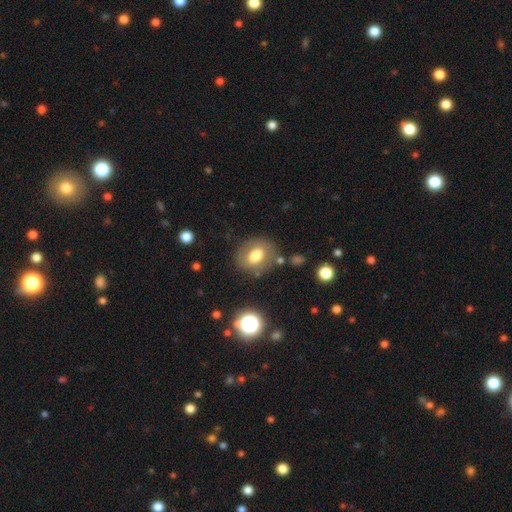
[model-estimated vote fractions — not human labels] This appears to be a smooth galaxy with no disk features (67%) that is in between round and cigar-shaped (50%). Merging: none (75%).